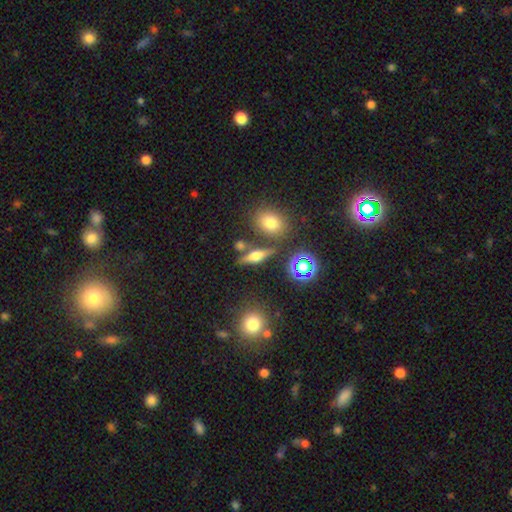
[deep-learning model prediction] This appears to be a featured or disk galaxy (44%). Merging: none (76%).